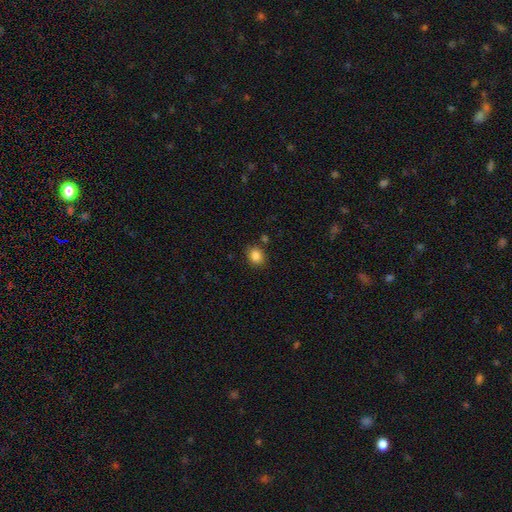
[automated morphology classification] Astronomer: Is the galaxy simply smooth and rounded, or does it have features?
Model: smooth — 85%.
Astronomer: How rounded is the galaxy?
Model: round — 56% (runner-up: in between, 43%).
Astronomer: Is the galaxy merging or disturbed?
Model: none — 81%.